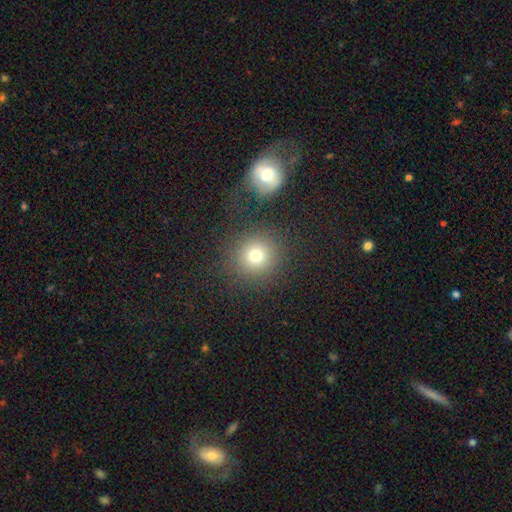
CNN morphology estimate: smooth_or_featured: smooth (p=0.76) [alt: star or artifact p=0.15]
how_rounded: round (p=0.92) [alt: in between p=0.07]
merging: none (p=0.84) [alt: minor disturbance p=0.08]